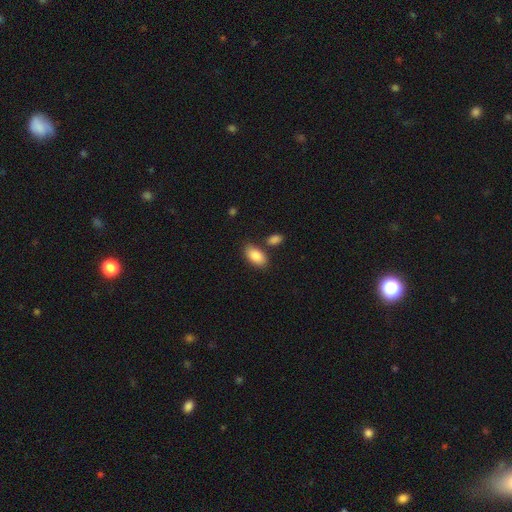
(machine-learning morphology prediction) Smooth or featured? Predicted: smooth (p=0.86). How rounded? Predicted: in between (p=0.93). Merging? Predicted: none (p=0.76).